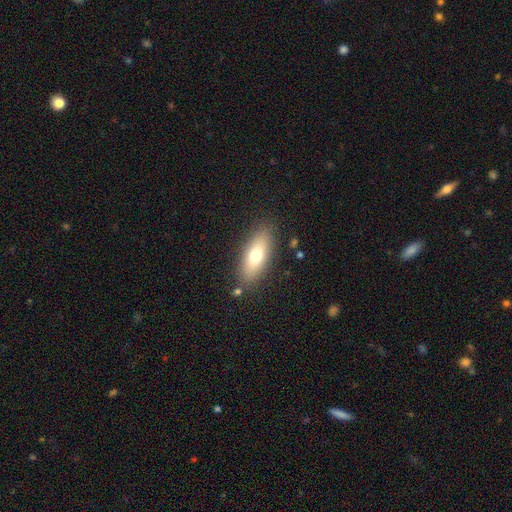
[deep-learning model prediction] This is likely a smooth galaxy (70%). How rounded: likely in between (73%). Merging: clearly none (84%).